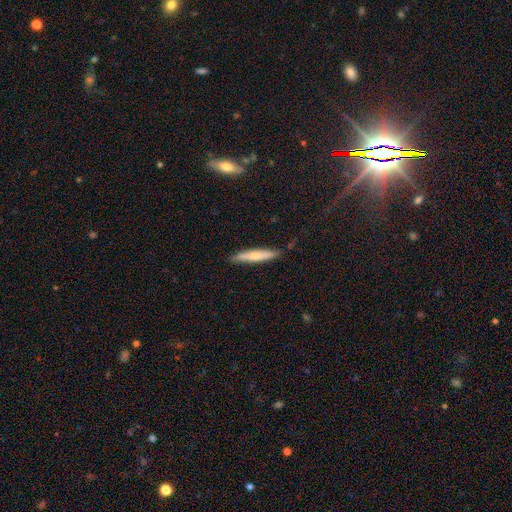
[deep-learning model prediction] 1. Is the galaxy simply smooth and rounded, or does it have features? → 59% smooth, 35% featured or disk, 6% star or artifact.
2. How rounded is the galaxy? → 90% cigar-shaped, 8% in between, 1% round.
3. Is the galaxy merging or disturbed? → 85% none, 12% minor disturbance, 2% major disturbance, 1% merger.